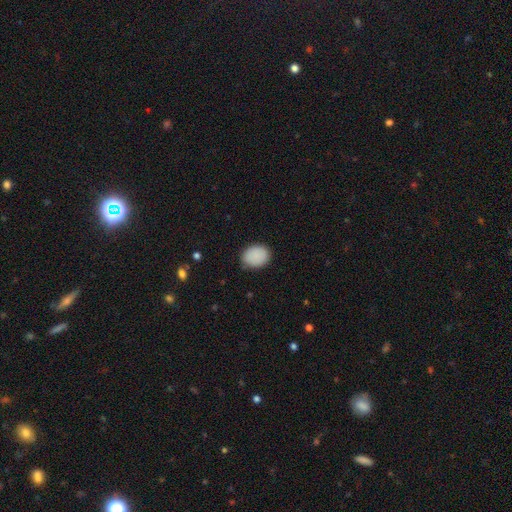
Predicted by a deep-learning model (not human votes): Q: Smooth or featured?
A: smooth (89%); runner-up: star or artifact (7%)
Q: How rounded?
A: in between (53%); runner-up: round (46%)
Q: Merging?
A: none (83%); runner-up: minor disturbance (13%)